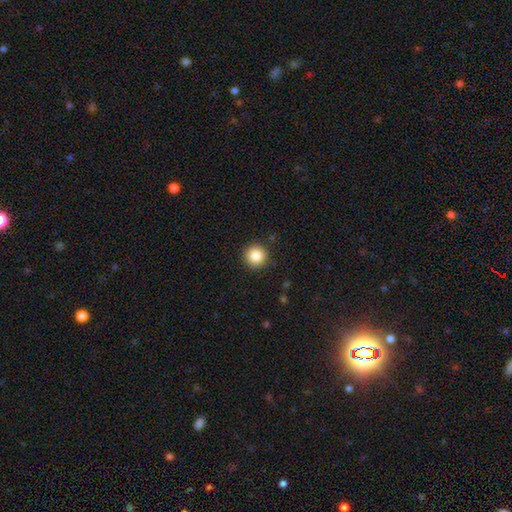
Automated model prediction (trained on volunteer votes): Smooth or featured? smooth (86%)
How rounded? round (95%)
Merging? none (91%)